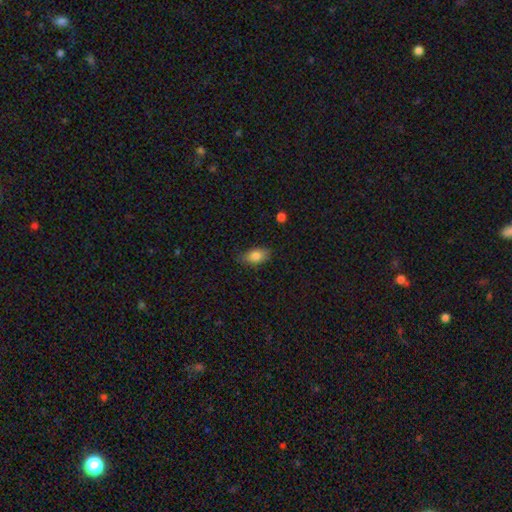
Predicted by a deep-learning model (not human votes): The model was most divided on "merging": none: 78%, minor disturbance: 18%, major disturbance: 3%, merger: 1%. More confident: how rounded — in between (88%); smooth or featured — smooth (82%).